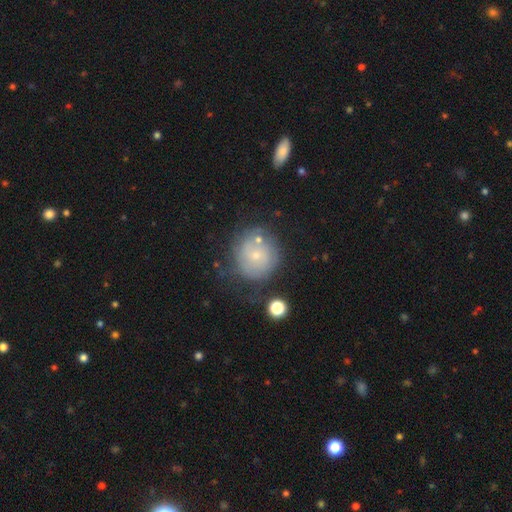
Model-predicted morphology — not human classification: Smooth or featured? smooth (51%)
How rounded? round (89%)
Merging? none (59%)